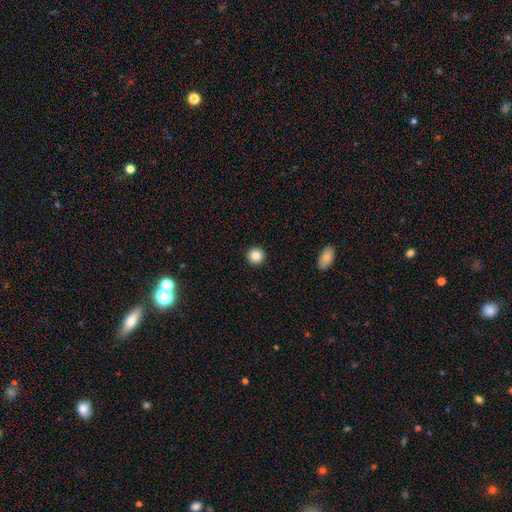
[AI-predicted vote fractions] Overall: smooth (87%). How rounded: round (96%). Merging: none (93%).